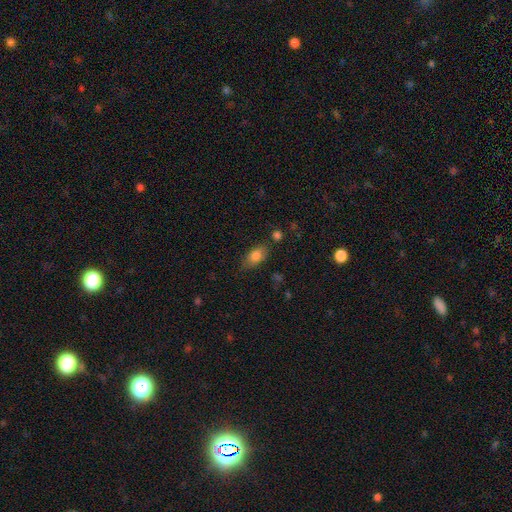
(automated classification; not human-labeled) Overall: smooth (80%). How rounded: in between (85%). Merging: none (72%).